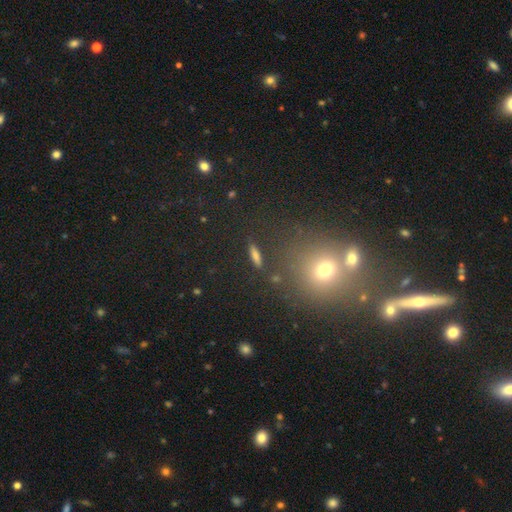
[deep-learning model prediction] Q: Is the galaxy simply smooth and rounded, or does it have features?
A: smooth — 52%.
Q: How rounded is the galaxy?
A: cigar-shaped — 36%, tied with in between.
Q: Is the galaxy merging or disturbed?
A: none — 78%.